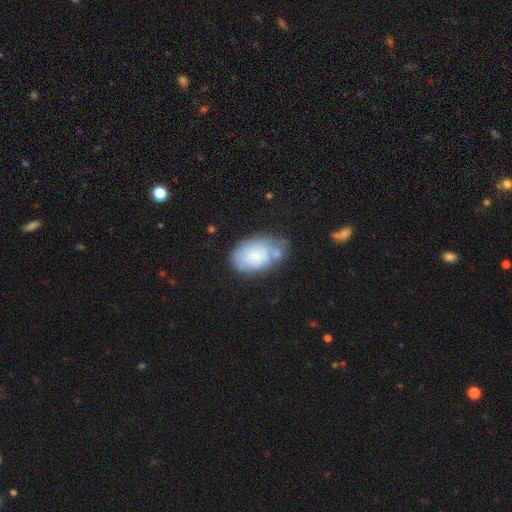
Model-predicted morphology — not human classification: Smooth or featured? smooth (60%)
How rounded? in between (88%)
Merging? none (37%)